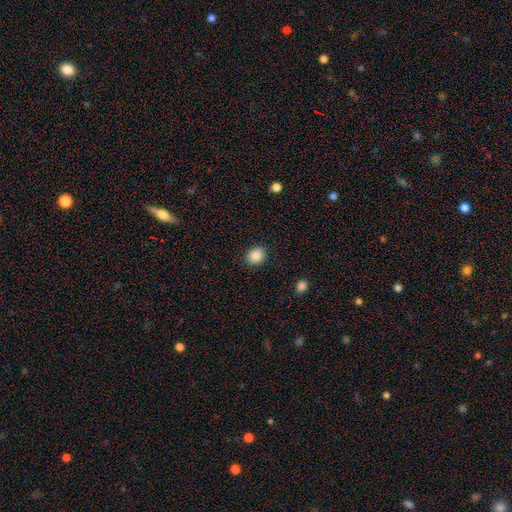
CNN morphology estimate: Smooth or featured? smooth (88%)
How rounded? round (68%)
Merging? none (90%)